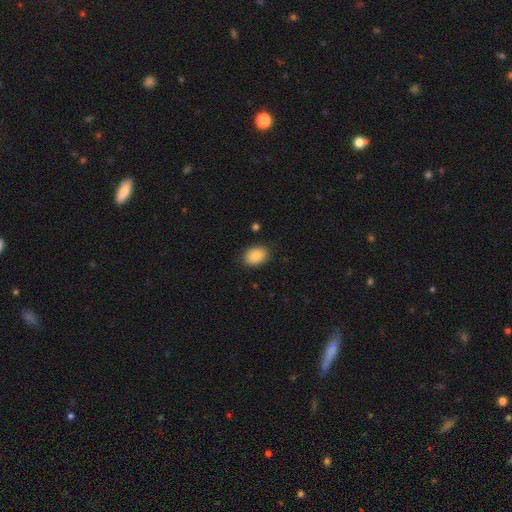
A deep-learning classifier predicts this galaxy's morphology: smooth_or_featured: smooth (p=0.86) [alt: star or artifact p=0.08]
how_rounded: in between (p=0.72) [alt: round p=0.27]
merging: none (p=0.86) [alt: minor disturbance p=0.10]